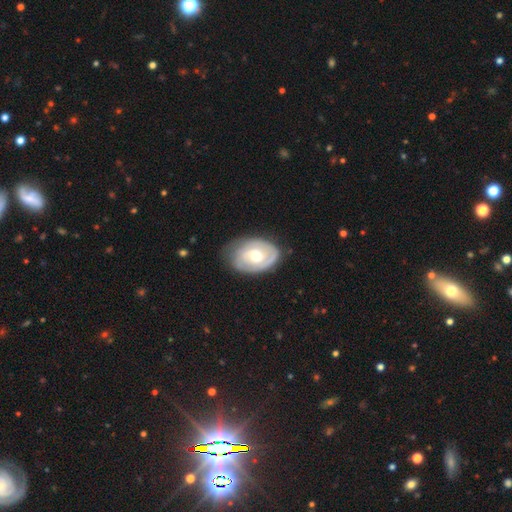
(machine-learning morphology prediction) smooth-or-featured: featured or disk: 64% | smooth: 30% | star or artifact: 5%
  disk-edge-on: no: 95% | yes: 5%
    bar: no: 63% | weak: 31% | strong: 6%
    has-spiral-arms: yes: 73% | no: 27%
    bulge-size: moderate: 73% | small: 15% | large: 9% | none: 1% | dominant: 1%
  merging: none: 64% | minor disturbance: 27% | major disturbance: 8% | merger: 1%